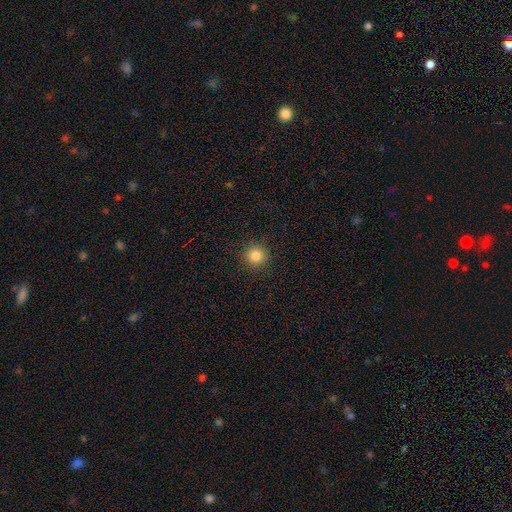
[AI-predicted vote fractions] Smooth or featured? Predicted: smooth (p=0.85). How rounded? Predicted: round (p=0.95). Merging? Predicted: none (p=0.91).